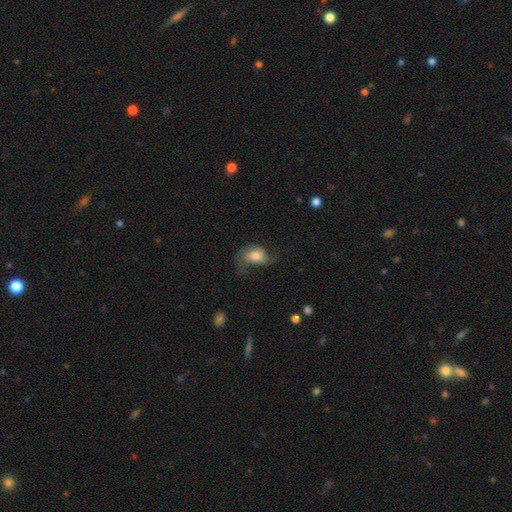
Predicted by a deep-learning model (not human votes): A smooth galaxy with no disk features (56%) that is in between round and cigar-shaped (75%). Merging: none (37%).